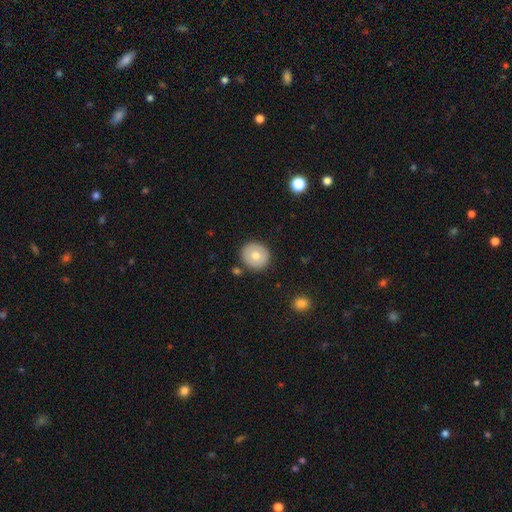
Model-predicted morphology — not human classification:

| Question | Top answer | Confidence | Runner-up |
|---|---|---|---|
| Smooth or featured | smooth | 70% | featured or disk (23%) |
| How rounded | round | 90% | in between (9%) |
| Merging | none | 87% | minor disturbance (8%) |